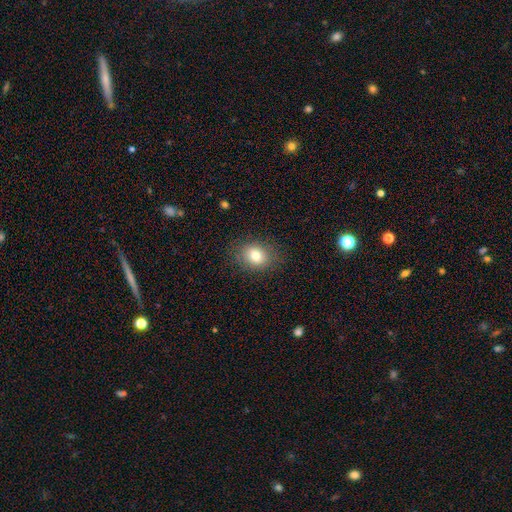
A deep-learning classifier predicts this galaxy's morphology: type=smooth (79%); roundness=in between (52%); merging=none (84%).